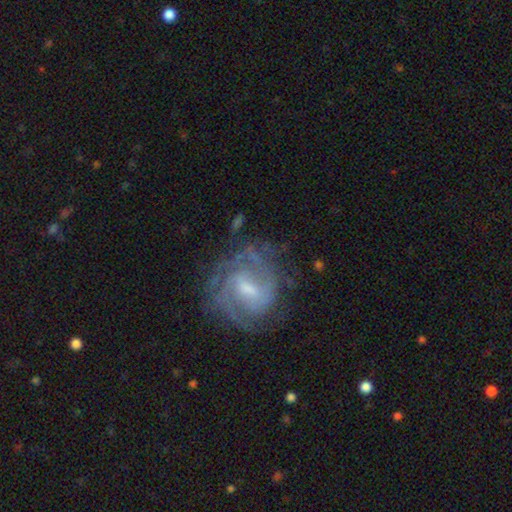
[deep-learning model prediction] A featured or disk galaxy (84%) with a weak bar (58%), 2 (31%) tight (56%) spiral arms (94%) and a moderate central bulge (46%). Merging: none (69%).